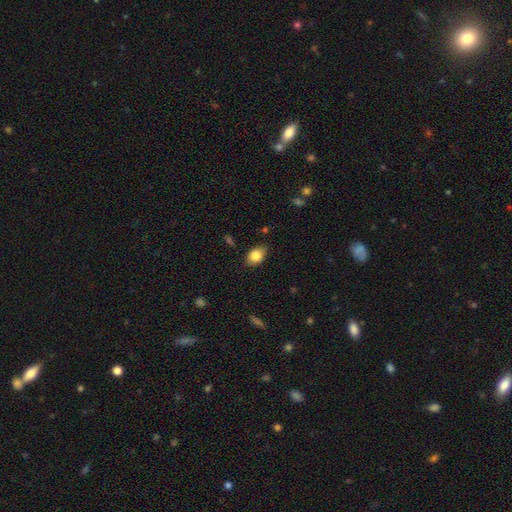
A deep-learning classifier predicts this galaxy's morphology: Q: Smooth or featured?
A: smooth (84%); runner-up: star or artifact (8%)
Q: How rounded?
A: in between (78%); runner-up: round (20%)
Q: Merging?
A: none (80%); runner-up: minor disturbance (15%)